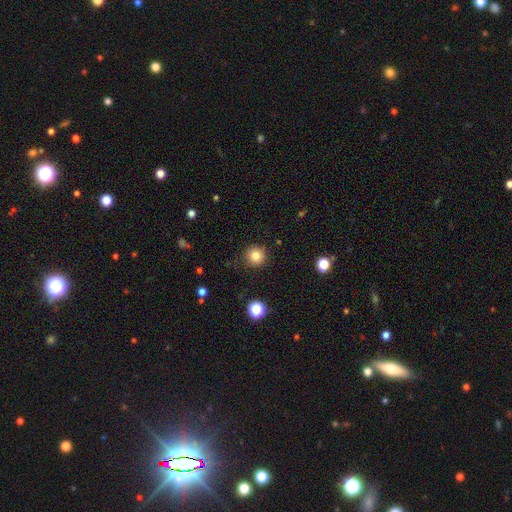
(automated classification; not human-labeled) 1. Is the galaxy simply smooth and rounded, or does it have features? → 84% smooth, 11% star or artifact, 5% featured or disk.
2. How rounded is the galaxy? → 94% round, 5% in between, 1% cigar-shaped.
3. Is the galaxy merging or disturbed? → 88% none, 8% minor disturbance, 3% major disturbance, 1% merger.